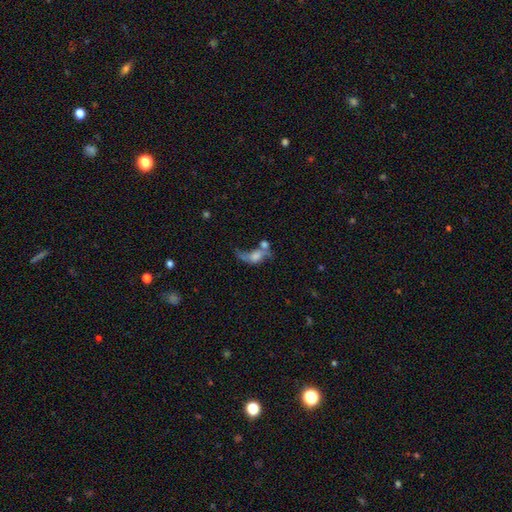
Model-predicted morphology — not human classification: This is marginally a featured or disk galaxy (45%). Merging: marginally merger (43%).